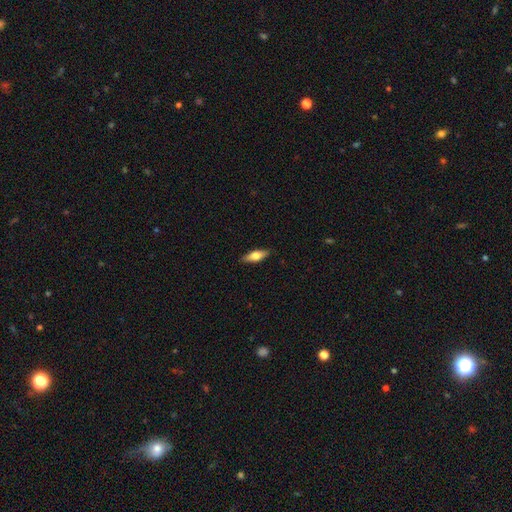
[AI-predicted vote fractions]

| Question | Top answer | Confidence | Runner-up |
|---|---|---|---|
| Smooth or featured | smooth | 61% | featured or disk (33%) |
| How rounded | in between | 61% | cigar-shaped (36%) |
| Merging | none | 88% | minor disturbance (9%) |